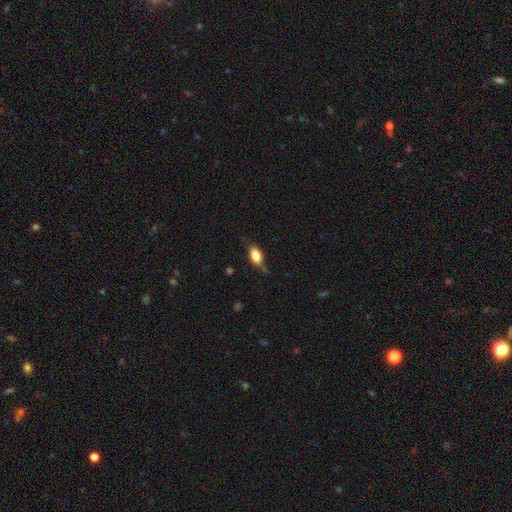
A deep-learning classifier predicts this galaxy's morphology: smooth-or-featured: smooth: 80% | featured or disk: 12% | star or artifact: 8%
  how-rounded: in between: 87% | cigar-shaped: 7% | round: 6%
  merging: none: 60% | minor disturbance: 27% | major disturbance: 9% | merger: 3%